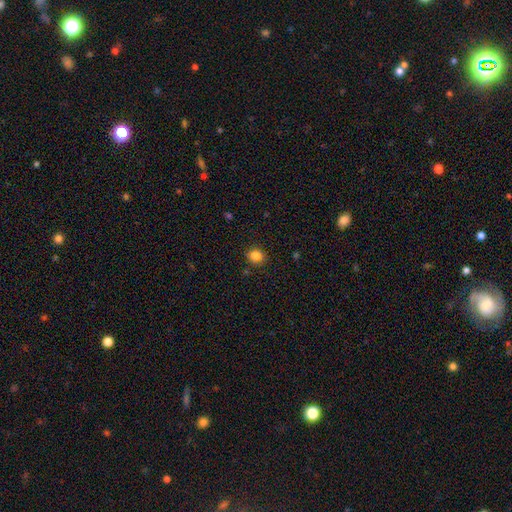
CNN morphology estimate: Smooth or featured: smooth — 85% (star or artifact — 11%)
How rounded: round — 82% (in between — 18%)
Merging: none — 88% (minor disturbance — 8%)